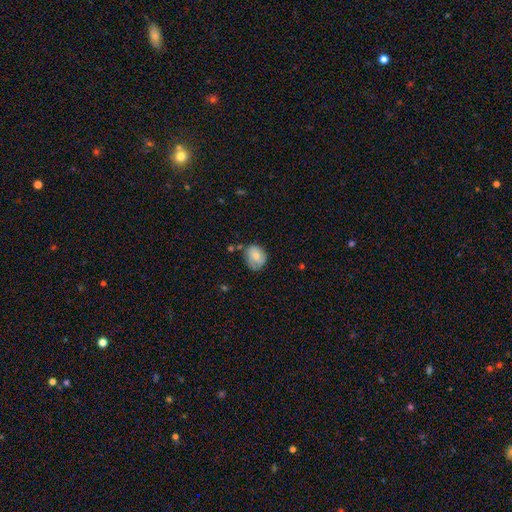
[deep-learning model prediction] smooth-or-featured: smooth: 67% | featured or disk: 25% | star or artifact: 8%
  how-rounded: in between: 57% | round: 42% | cigar-shaped: 1%
  merging: none: 53% | minor disturbance: 32% | major disturbance: 9% | merger: 5%